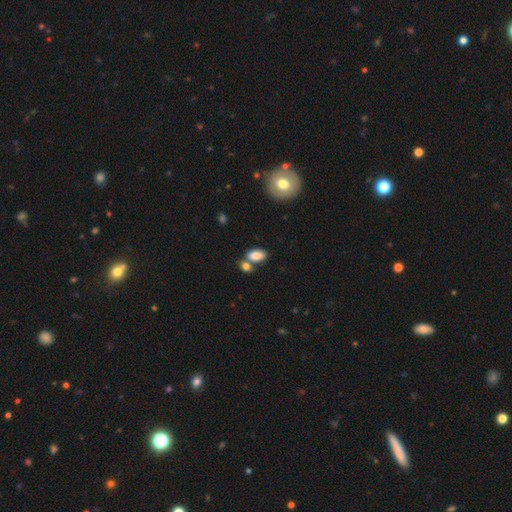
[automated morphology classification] Overall: smooth (85%). How rounded: in between (91%). Merging: none (51%; merger 33%).